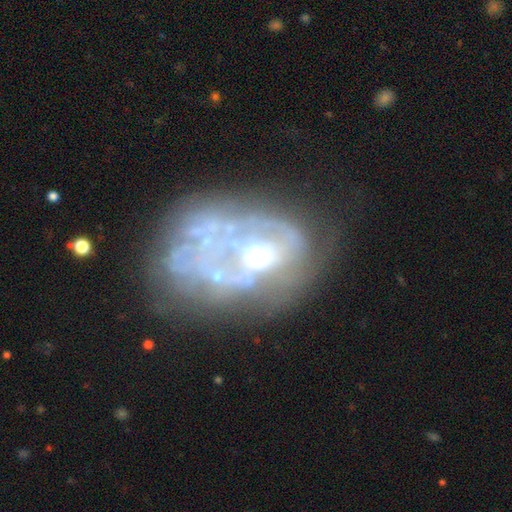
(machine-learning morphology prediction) A featured or disk galaxy (71%) with no bar (82%), no spiral arms (70%) and a moderate central bulge (50%).

Vote fractions:
- Smooth or featured? featured or disk: 71% / smooth: 18% / star or artifact: 12%
- Edge-on disk? no: 97% / yes: 3%
- Bar? no: 82% / weak: 13% / strong: 5%
- Spiral arms? no: 70% / yes: 30%
- Bulge size? moderate: 50% / small: 26% / none: 15% / large: 7% / dominant: 2%
- Merging? major disturbance: 35% / none: 34% / minor disturbance: 19% / merger: 12%